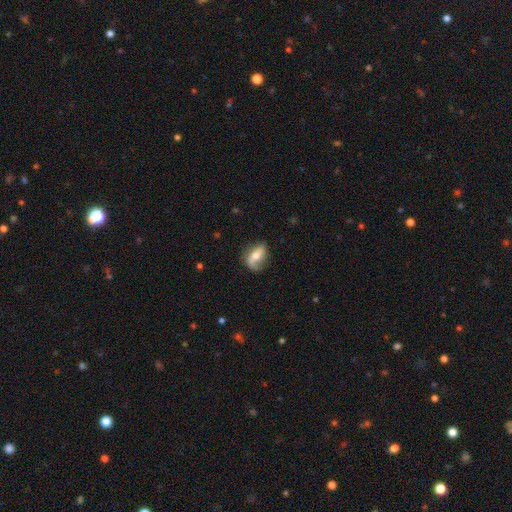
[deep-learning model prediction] smooth-or-featured: featured or disk: 60% | smooth: 33% | star or artifact: 8%
  disk-edge-on: no: 88% | yes: 12%
    bar: no: 40% | weak: 30% | strong: 30%
    has-spiral-arms: yes: 78% | no: 22%
    bulge-size: moderate: 65% | small: 25% | large: 7% | none: 2% | dominant: 1%
  merging: none: 62% | minor disturbance: 24% | major disturbance: 12% | merger: 2%